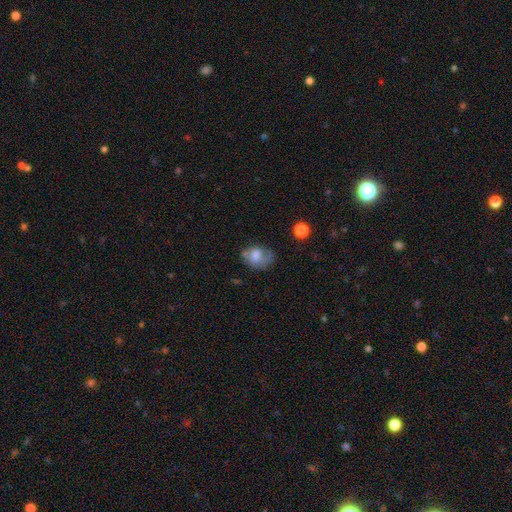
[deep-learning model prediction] Smooth or featured? Predicted: smooth (p=0.61). How rounded? Predicted: in between (p=0.66). Merging? Predicted: none (p=0.41).